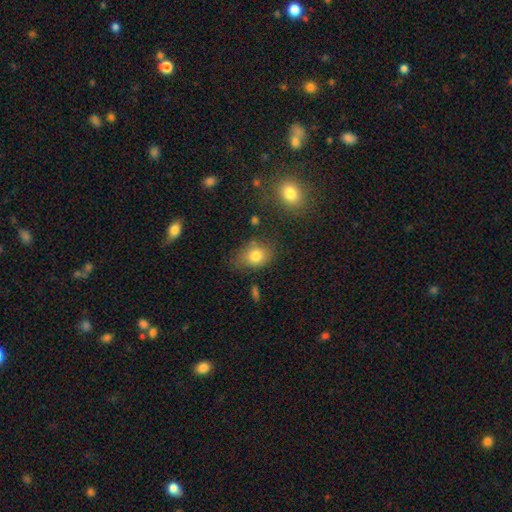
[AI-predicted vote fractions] smooth 79%, featured or disk 11%, star or artifact 10%. Down the decision tree: how rounded — in between (64%); merging — none (67%).